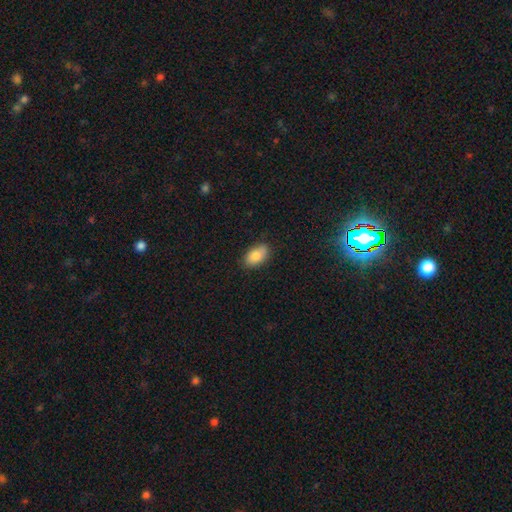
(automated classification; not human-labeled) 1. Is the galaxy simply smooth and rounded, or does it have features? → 85% smooth, 8% featured or disk, 7% star or artifact.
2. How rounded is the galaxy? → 93% in between, 5% round, 3% cigar-shaped.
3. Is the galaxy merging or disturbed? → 81% none, 15% minor disturbance, 3% major disturbance, 1% merger.